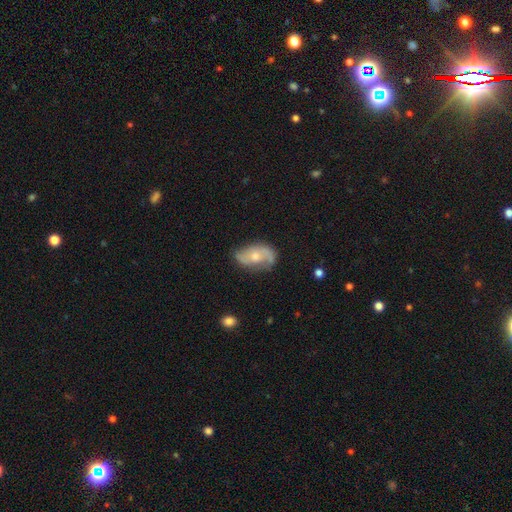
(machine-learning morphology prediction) A featured or disk galaxy (67%) with no bar (65%), 2 (78%) loose (47%) spiral arms (86%) and a moderate central bulge (59%). Merging: none (60%).